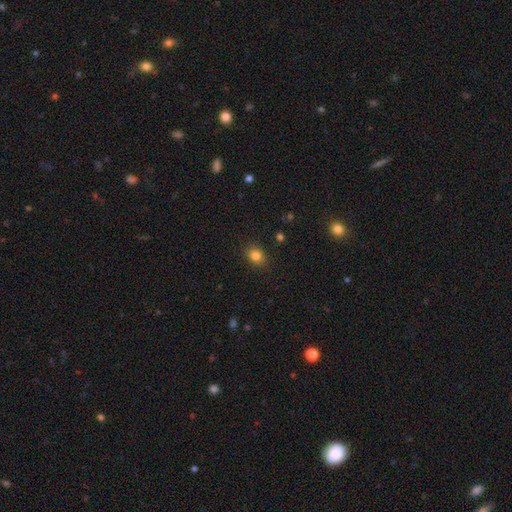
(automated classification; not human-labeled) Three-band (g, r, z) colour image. It shows a smooth galaxy with no disk features (83%) that is round (53%). Merging: none (87%).